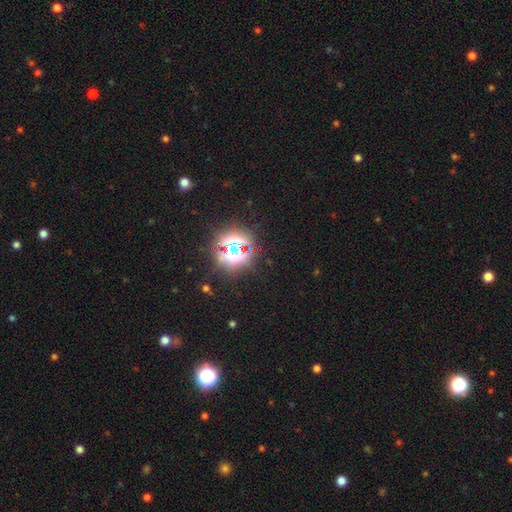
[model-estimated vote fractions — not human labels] Morphology: type=star or artifact (80%).